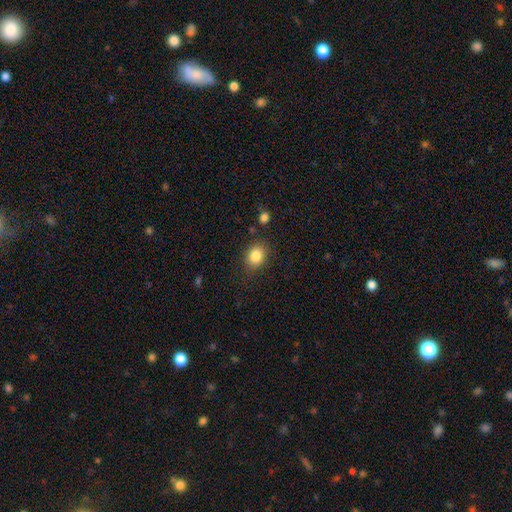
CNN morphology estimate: Smooth or featured? smooth (85%)
How rounded? in between (54%)
Merging? none (81%)